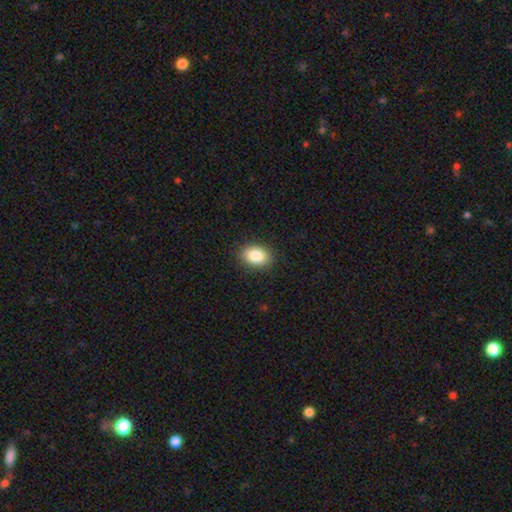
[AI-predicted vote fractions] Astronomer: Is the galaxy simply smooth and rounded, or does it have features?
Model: smooth — 87%.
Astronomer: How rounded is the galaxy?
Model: in between — 83%.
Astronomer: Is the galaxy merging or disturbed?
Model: none — 88%.